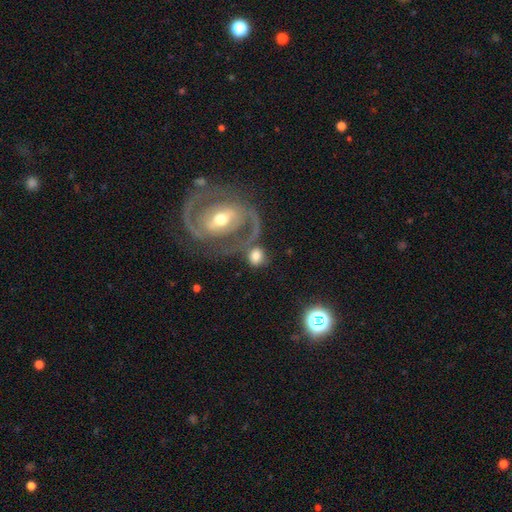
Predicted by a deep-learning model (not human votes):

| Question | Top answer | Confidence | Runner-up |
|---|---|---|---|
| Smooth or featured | smooth | 62% | featured or disk (30%) |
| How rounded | round | 66% | in between (32%) |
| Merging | none | 45% | merger (28%) |